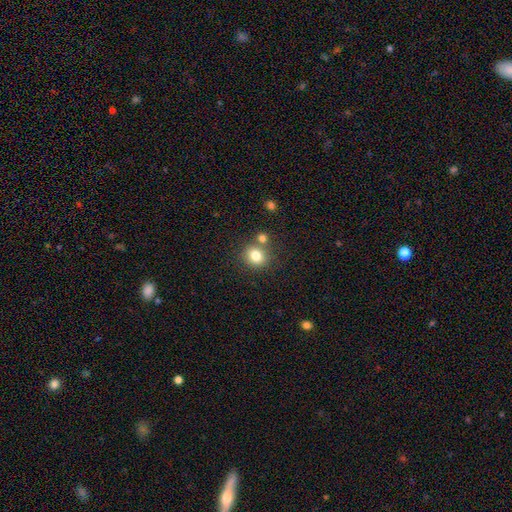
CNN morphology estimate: Smooth or featured? smooth (80%)
How rounded? round (76%)
Merging? none (68%)